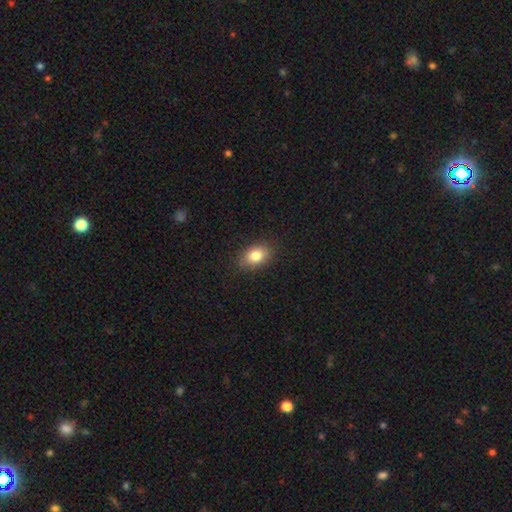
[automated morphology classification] smooth_or_featured: smooth (p=0.82) [alt: featured or disk p=0.09]
how_rounded: in between (p=0.78) [alt: round p=0.20]
merging: none (p=0.85) [alt: minor disturbance p=0.11]